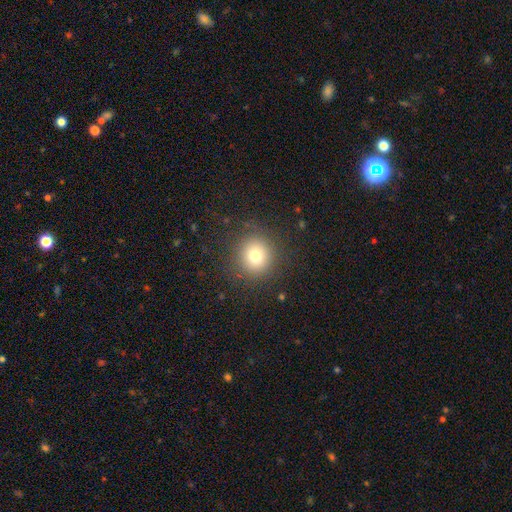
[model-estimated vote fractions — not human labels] Overall: smooth (76%). How rounded: round (92%). Merging: none (88%).